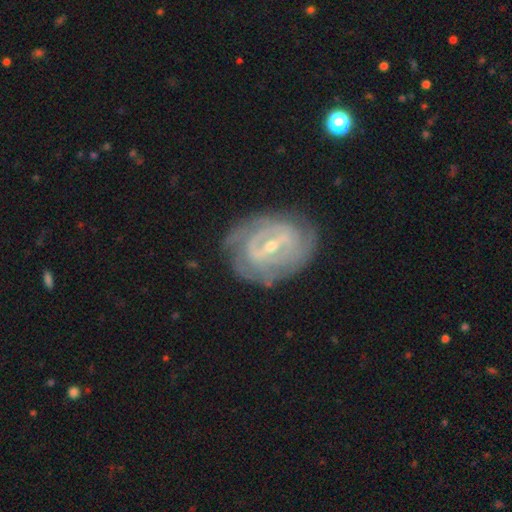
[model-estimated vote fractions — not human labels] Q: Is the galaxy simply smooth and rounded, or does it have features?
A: featured or disk — 85%.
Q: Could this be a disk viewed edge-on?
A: no — 95%.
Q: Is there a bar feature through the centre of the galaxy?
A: strong — 48%.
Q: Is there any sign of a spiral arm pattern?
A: yes — 85%.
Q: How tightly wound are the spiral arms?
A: tight — 68%.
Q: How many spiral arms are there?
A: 2 — 37%, tied with can't tell.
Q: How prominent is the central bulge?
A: small — 65%.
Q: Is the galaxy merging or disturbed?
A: none — 74%.